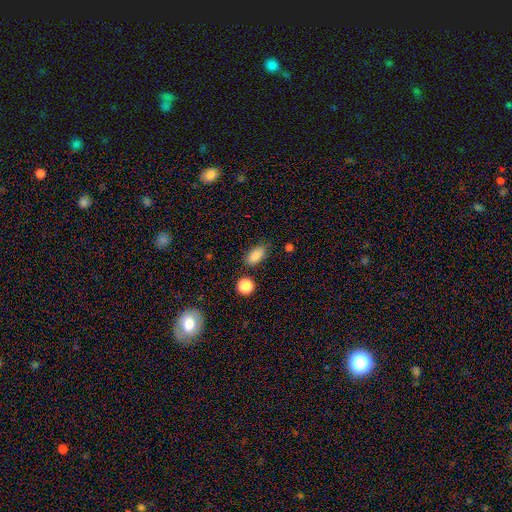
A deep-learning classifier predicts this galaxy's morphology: The model was most divided on "merging": none: 75%, minor disturbance: 18%, major disturbance: 4%, merger: 3%. More confident: how rounded — in between (88%); smooth or featured — smooth (85%).